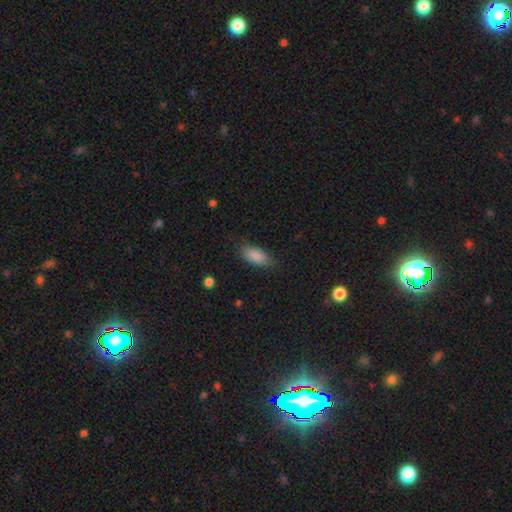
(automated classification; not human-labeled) This appears to be a smooth galaxy with no disk features (88%) that is in between round and cigar-shaped (87%). Merging: none (77%).